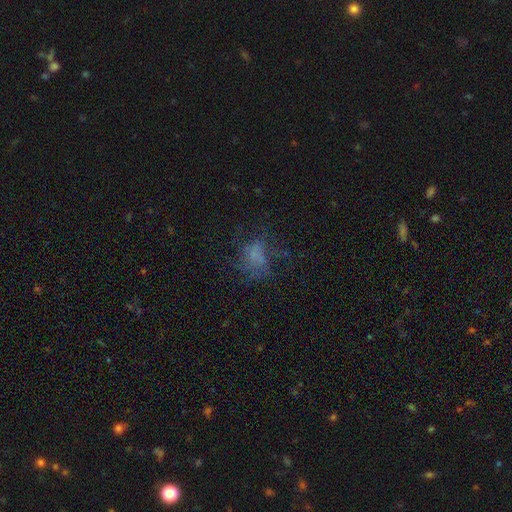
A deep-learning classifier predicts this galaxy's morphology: smooth 39%, featured or disk 37%, star or artifact 24%. Down the decision tree: merging — none (48%).